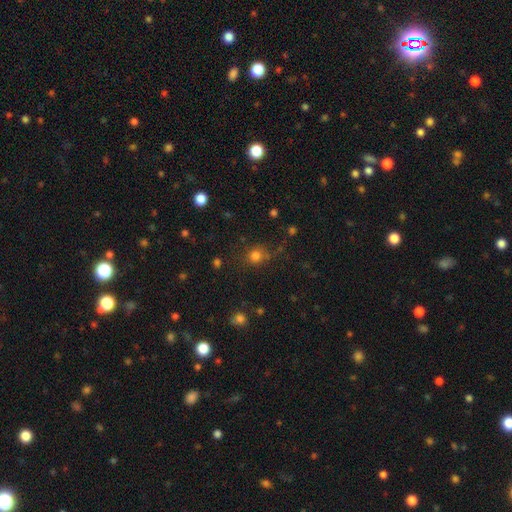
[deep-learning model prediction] smooth 78%, star or artifact 16%, featured or disk 6%. Down the decision tree: how rounded — round (85%); merging — none (72%).